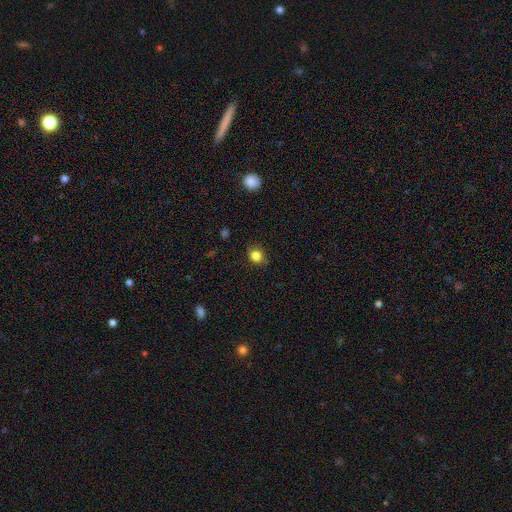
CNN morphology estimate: A smooth galaxy with no disk features (82%) that is round (74%). Merging: none (81%).